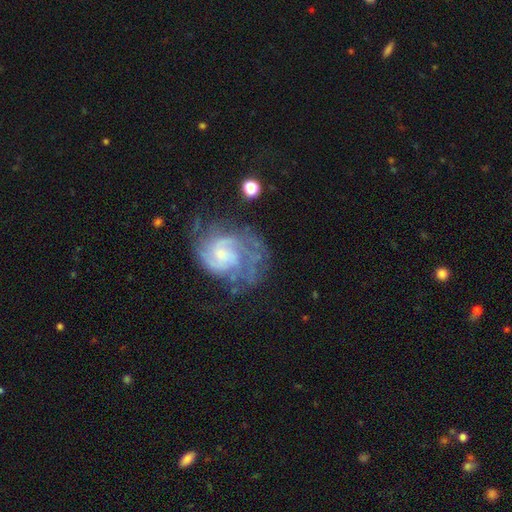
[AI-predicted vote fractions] Smooth or featured? Predicted: featured or disk (p=0.82). Edge-on disk? Predicted: no (p=0.98). Bar? Predicted: no (p=0.58). Spiral arms? Predicted: yes (p=0.94). Spiral winding? Predicted: tight (p=0.48). Spiral arm count? Predicted: 2 (p=0.42). Bulge size? Predicted: small (p=0.63). Merging? Predicted: none (p=0.56).